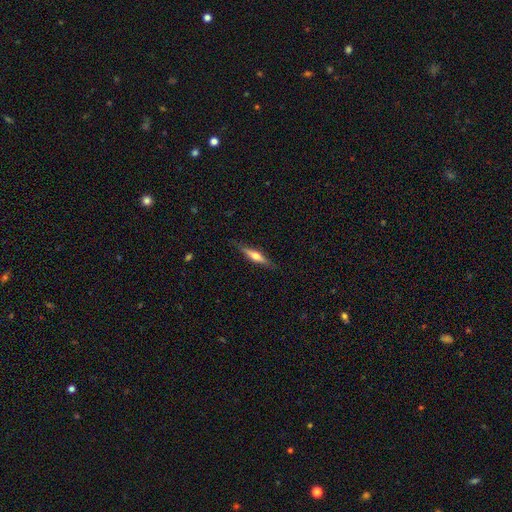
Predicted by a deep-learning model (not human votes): A featured or disk galaxy (59%) viewed edge-on (95%) with a rounded central bulge (90%).

Vote fractions:
- Smooth or featured? featured or disk: 59% / smooth: 35% / star or artifact: 6%
- Edge-on disk? yes: 95% / no: 5%
- Edge-on bulge? rounded: 90% / boxy: 5% / none: 5%
- Merging? none: 85% / minor disturbance: 12% / major disturbance: 2% / merger: 1%